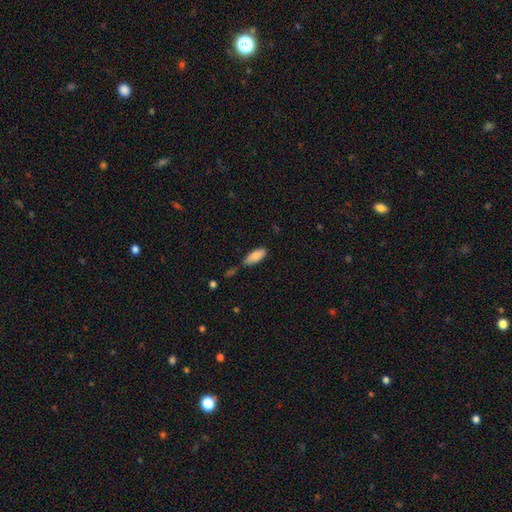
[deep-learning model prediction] Smooth or featured?
  - smooth: 84% *
  - featured or disk: 10%
  - star or artifact: 7%
How rounded?
  - in between: 81% *
  - cigar-shaped: 17%
  - round: 2%
Merging?
  - none: 48% *
  - minor disturbance: 33%
  - merger: 11%
  - major disturbance: 9%